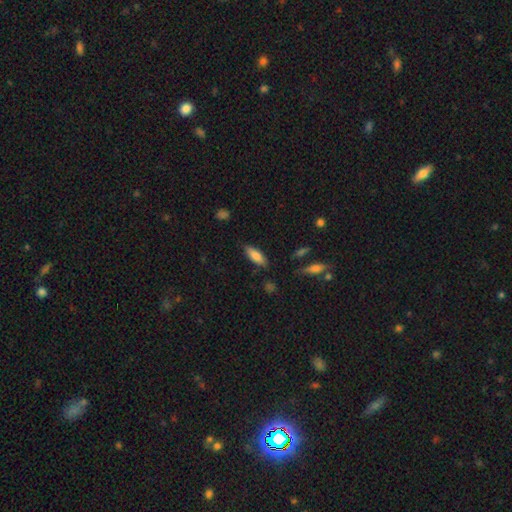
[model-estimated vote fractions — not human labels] The model was most divided on "how rounded": in between: 67%, cigar-shaped: 31%, round: 2%. More confident: merging — none (81%); smooth or featured — smooth (78%).